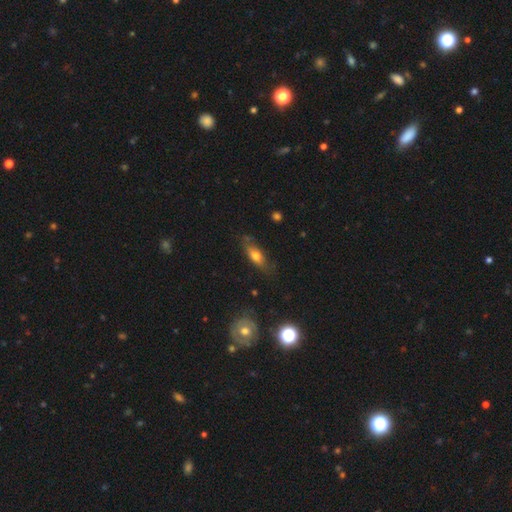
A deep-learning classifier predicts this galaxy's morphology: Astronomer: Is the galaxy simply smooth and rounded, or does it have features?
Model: smooth — 62%.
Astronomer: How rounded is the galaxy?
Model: in between — 65%.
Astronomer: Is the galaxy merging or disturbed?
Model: none — 70%.